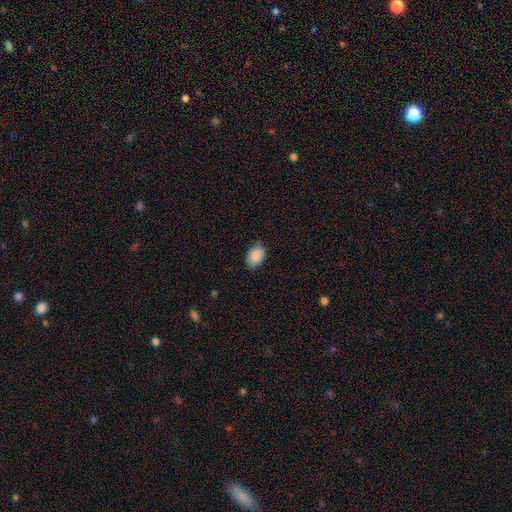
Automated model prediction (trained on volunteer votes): Overall: smooth (87%). How rounded: in between (82%). Merging: none (74%).